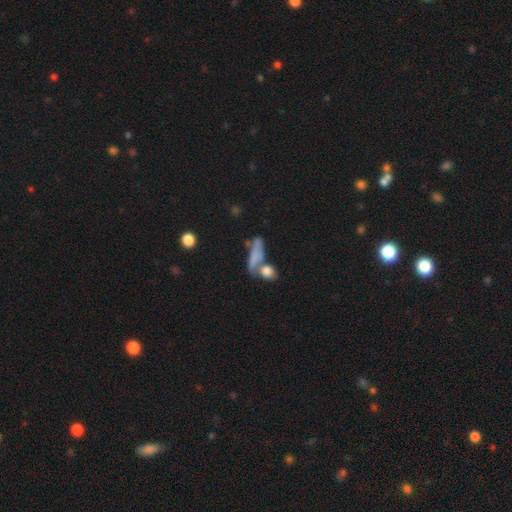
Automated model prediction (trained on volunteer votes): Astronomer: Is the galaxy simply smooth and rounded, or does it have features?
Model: smooth — 62%.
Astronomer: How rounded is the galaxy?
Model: cigar-shaped — 49% (runner-up: in between, 44%).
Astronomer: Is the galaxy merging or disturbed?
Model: merger — 38% (runner-up: none, 34%).